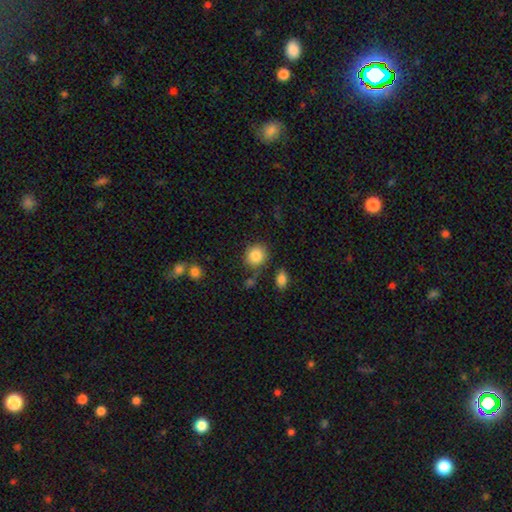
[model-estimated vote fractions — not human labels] smooth-or-featured: smooth: 86% | star or artifact: 8% | featured or disk: 6%
  how-rounded: round: 82% | in between: 17% | cigar-shaped: 1%
  merging: none: 78% | minor disturbance: 13% | merger: 6% | major disturbance: 4%